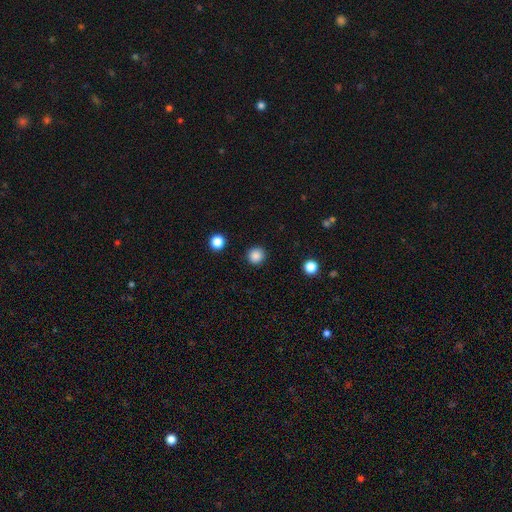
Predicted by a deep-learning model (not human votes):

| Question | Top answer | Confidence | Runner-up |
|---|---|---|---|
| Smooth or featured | smooth | 86% | star or artifact (11%) |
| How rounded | round | 94% | in between (5%) |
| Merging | none | 92% | minor disturbance (5%) |